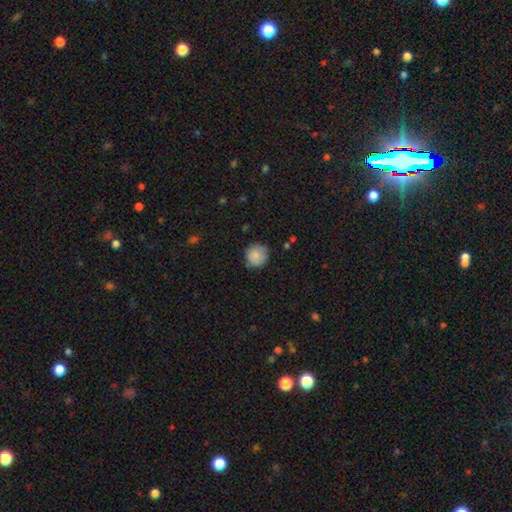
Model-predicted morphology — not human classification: A smooth galaxy with no disk features (85%) that is round (92%).

Vote fractions:
- Smooth or featured? smooth: 85% / star or artifact: 8% / featured or disk: 7%
- How rounded? round: 92% / in between: 7% / cigar-shaped: 1%
- Merging? none: 80% / minor disturbance: 16% / major disturbance: 3% / merger: 1%